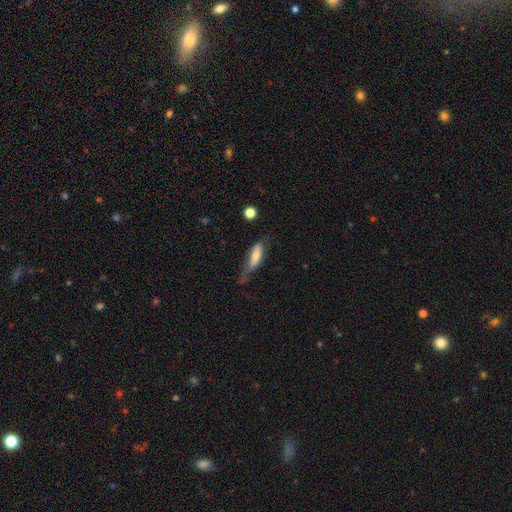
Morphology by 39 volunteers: A smooth galaxy with no disk features (74%) that is in between round and cigar-shaped (62%). Merging: none (49%).